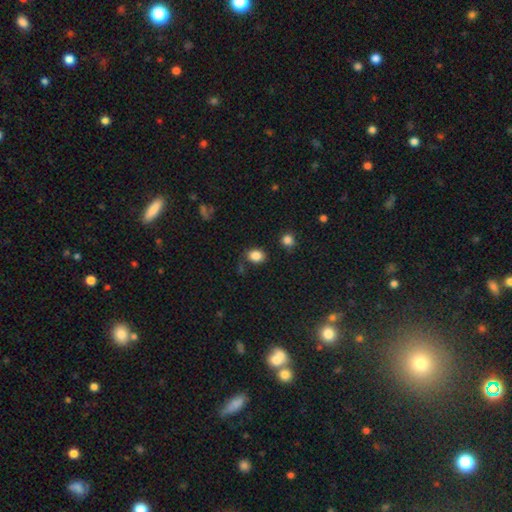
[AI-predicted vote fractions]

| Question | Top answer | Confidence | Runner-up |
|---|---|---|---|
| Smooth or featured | smooth | 85% | star or artifact (10%) |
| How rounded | in between | 61% | round (38%) |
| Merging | none | 75% | minor disturbance (17%) |